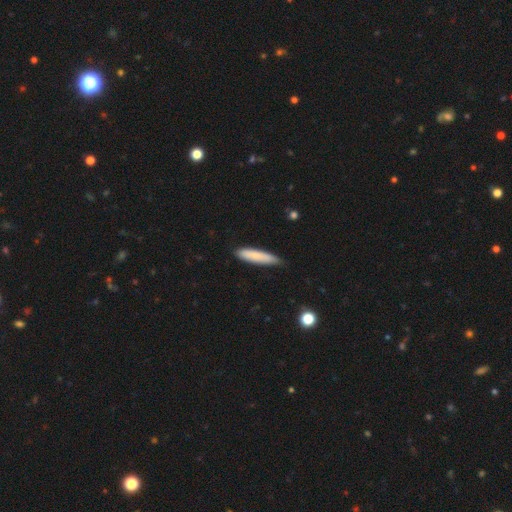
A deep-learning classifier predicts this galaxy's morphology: smooth_or_featured: smooth (p=0.81) [alt: featured or disk p=0.13]
how_rounded: cigar-shaped (p=0.83) [alt: in between p=0.15]
merging: none (p=0.77) [alt: minor disturbance p=0.19]